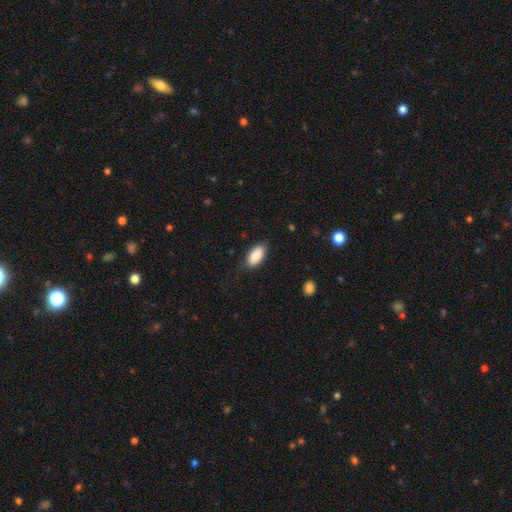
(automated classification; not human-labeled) Smooth or featured? Predicted: smooth (p=0.86). How rounded? Predicted: in between (p=0.91). Merging? Predicted: none (p=0.75).